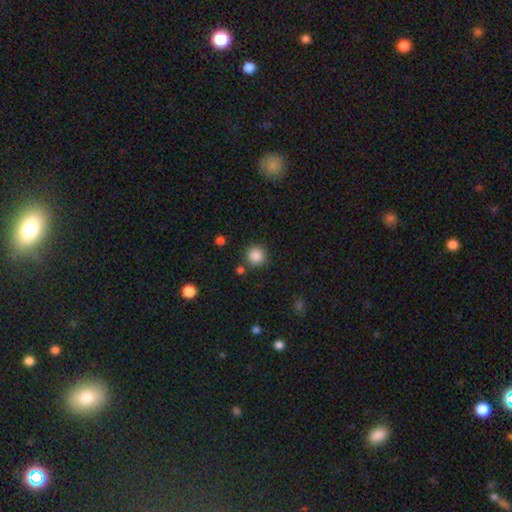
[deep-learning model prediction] This is clearly a smooth galaxy (87%). How rounded: clearly round (94%). Merging: clearly none (86%).